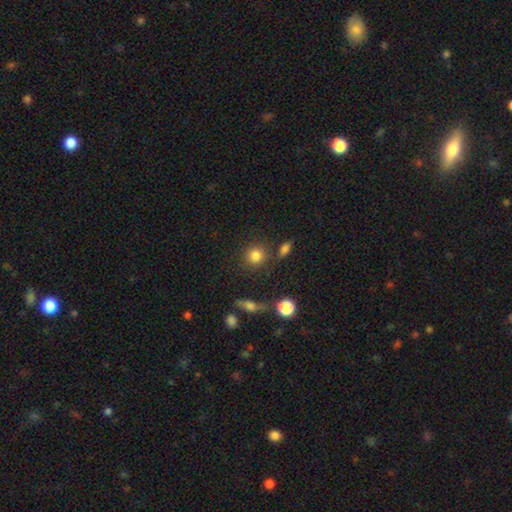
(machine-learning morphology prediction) Q: Smooth or featured?
A: smooth (82%); runner-up: star or artifact (11%)
Q: How rounded?
A: round (85%); runner-up: in between (13%)
Q: Merging?
A: none (78%); runner-up: minor disturbance (10%)